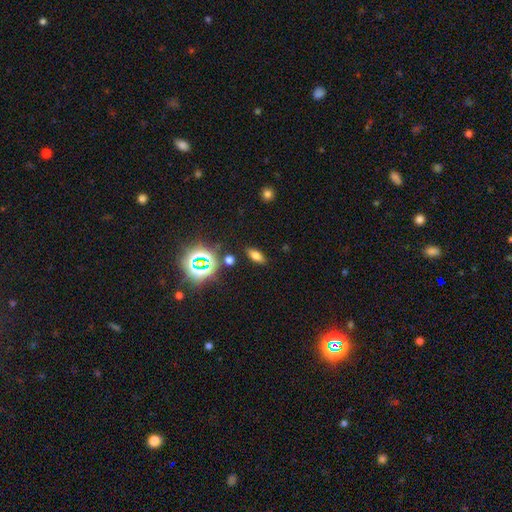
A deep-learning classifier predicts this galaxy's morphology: Q: Smooth or featured?
A: smooth (64%); runner-up: star or artifact (23%)
Q: How rounded?
A: in between (76%); runner-up: cigar-shaped (16%)
Q: Merging?
A: none (86%); runner-up: minor disturbance (9%)